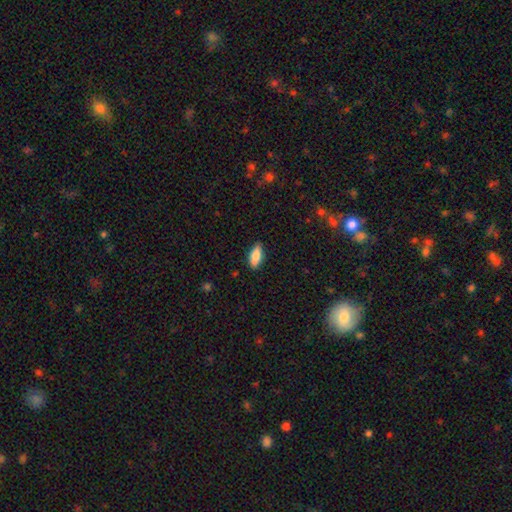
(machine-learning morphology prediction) A smooth galaxy with no disk features (81%) that is in between round and cigar-shaped (77%).

Vote fractions:
- Smooth or featured? smooth: 81% / featured or disk: 13% / star or artifact: 6%
- How rounded? in between: 77% / cigar-shaped: 21% / round: 2%
- Merging? none: 86% / minor disturbance: 11% / major disturbance: 2% / merger: 1%